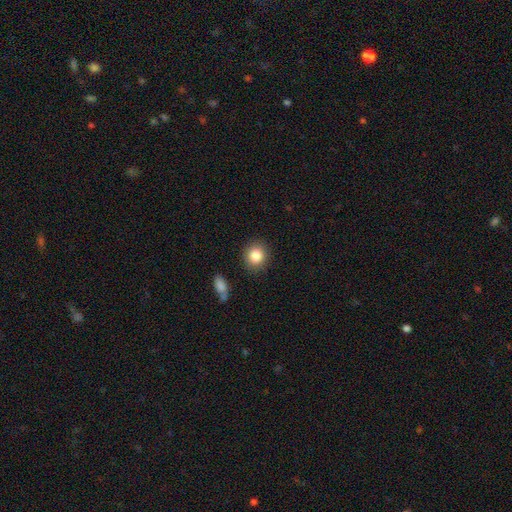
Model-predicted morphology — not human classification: Q: Smooth or featured?
A: smooth (85%); runner-up: star or artifact (9%)
Q: How rounded?
A: round (83%); runner-up: in between (16%)
Q: Merging?
A: none (87%); runner-up: minor disturbance (8%)